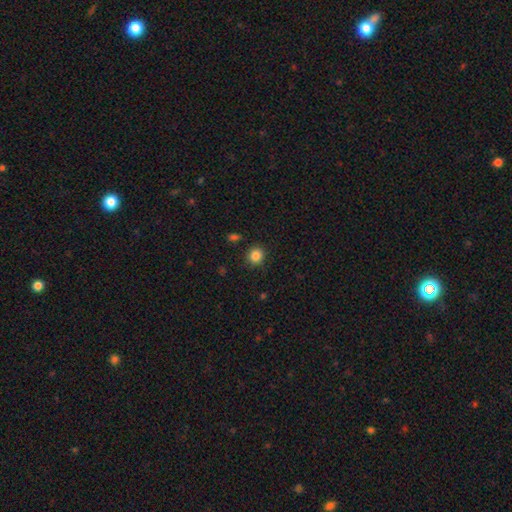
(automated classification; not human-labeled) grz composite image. It shows a smooth galaxy with no disk features (85%) that is round (86%). Merging: none (88%).